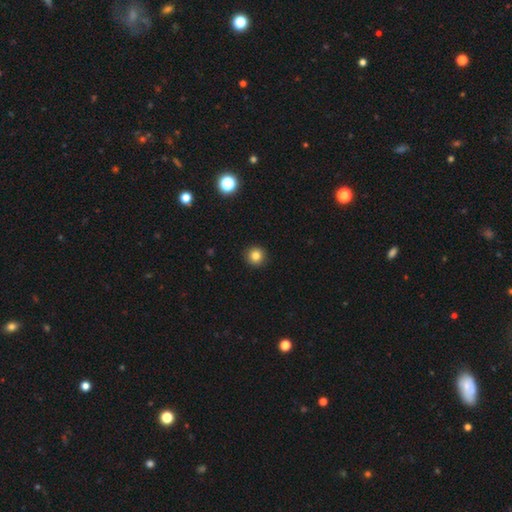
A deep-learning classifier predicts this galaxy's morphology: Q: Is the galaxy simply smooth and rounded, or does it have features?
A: smooth — 82%.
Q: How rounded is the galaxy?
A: round — 95%.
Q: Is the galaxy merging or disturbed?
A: none — 93%.